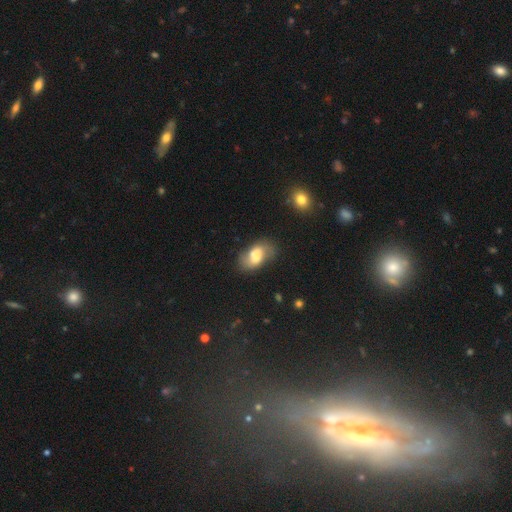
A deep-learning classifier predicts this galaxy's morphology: Smooth or featured? Predicted: smooth (p=0.53). How rounded? Predicted: in between (p=0.89). Merging? Predicted: none (p=0.62).